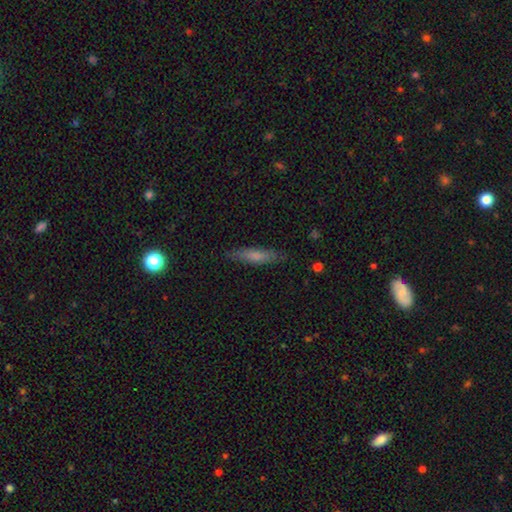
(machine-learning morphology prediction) Overall: smooth (65%; featured or disk 28%). How rounded: cigar-shaped (80%). Merging: none (83%).